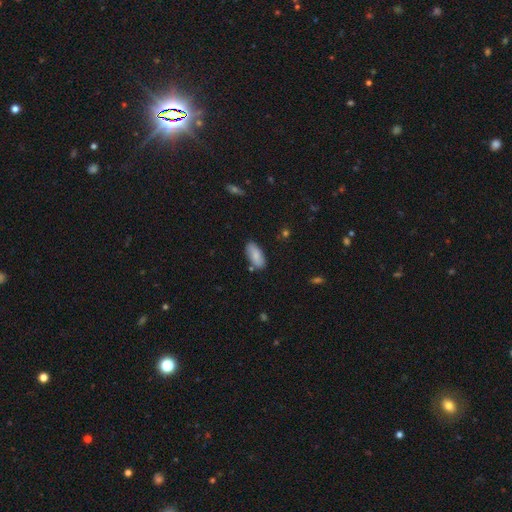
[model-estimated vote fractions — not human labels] smooth_or_featured: smooth (p=0.81) [alt: featured or disk p=0.13]
how_rounded: in between (p=0.89) [alt: cigar-shaped p=0.09]
merging: none (p=0.80) [alt: minor disturbance p=0.14]